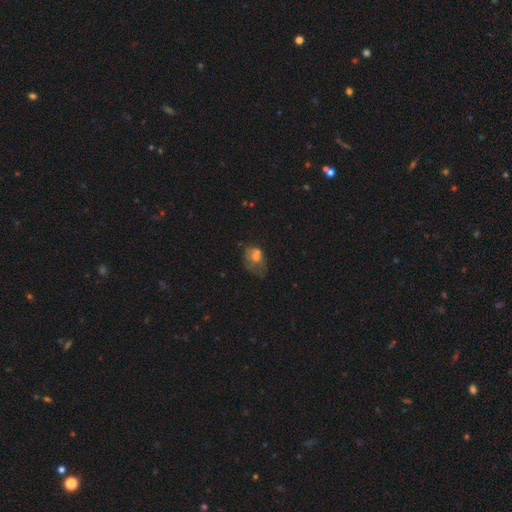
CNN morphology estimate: smooth-or-featured: smooth: 58% | featured or disk: 30% | star or artifact: 12%
  how-rounded: in between: 64% | round: 35% | cigar-shaped: 1%
  merging: major disturbance: 32% | minor disturbance: 27% | none: 24% | merger: 16%